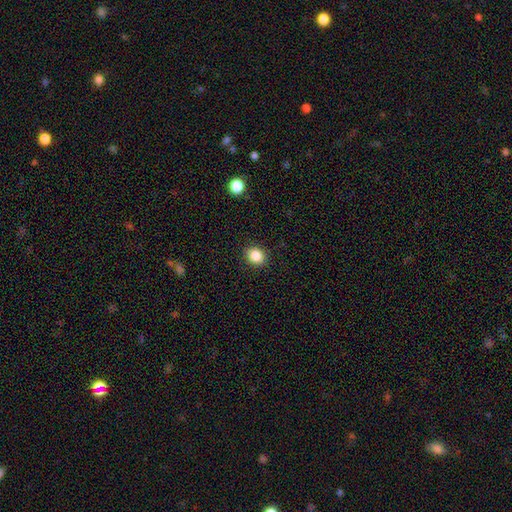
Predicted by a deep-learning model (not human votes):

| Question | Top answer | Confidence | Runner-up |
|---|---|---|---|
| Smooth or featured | smooth | 86% | star or artifact (10%) |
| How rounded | round | 67% | in between (32%) |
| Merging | none | 90% | minor disturbance (7%) |